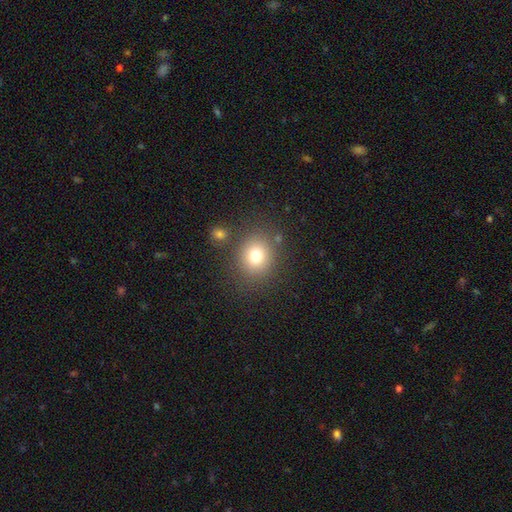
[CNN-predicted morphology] Q: Smooth or featured?
A: smooth (76%); runner-up: star or artifact (14%)
Q: How rounded?
A: round (77%); runner-up: in between (22%)
Q: Merging?
A: none (80%); runner-up: minor disturbance (9%)